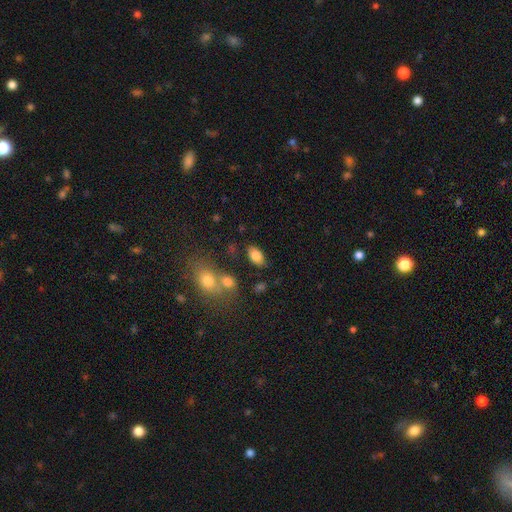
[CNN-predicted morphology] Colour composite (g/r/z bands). It shows a smooth galaxy with no disk features (83%) that is in between round and cigar-shaped (92%). Merging: none (78%).